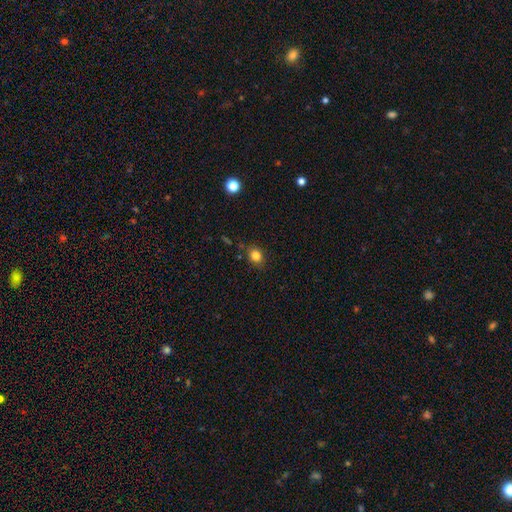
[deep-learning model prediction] Morphology: type=smooth (82%); roundness=round (52%); merging=none (78%).